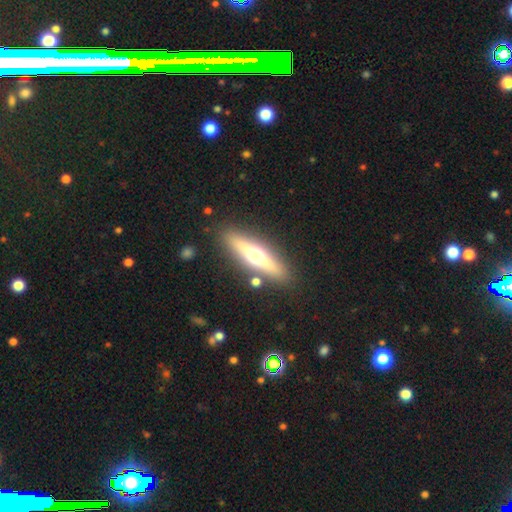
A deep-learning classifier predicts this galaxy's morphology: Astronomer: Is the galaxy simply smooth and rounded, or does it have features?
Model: featured or disk — 61%.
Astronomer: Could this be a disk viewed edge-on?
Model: yes — 91%.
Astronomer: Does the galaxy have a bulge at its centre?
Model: rounded — 95%.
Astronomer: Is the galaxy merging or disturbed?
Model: none — 86%.